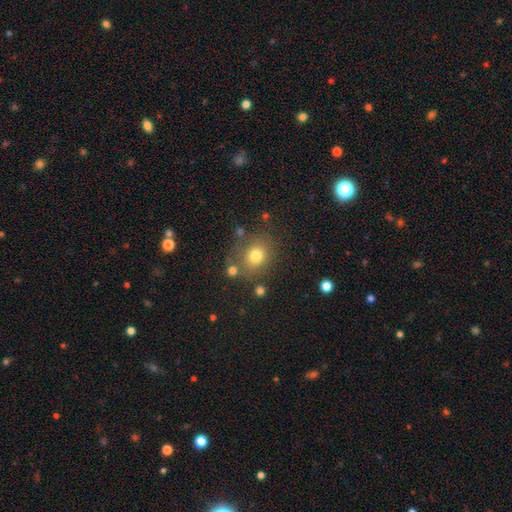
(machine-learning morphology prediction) This appears to be a smooth galaxy with no disk features (76%) that is round (70%). Merging: none (73%).